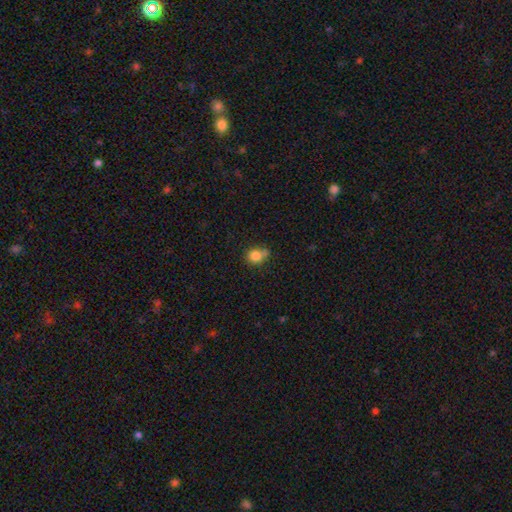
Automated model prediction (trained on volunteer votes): Smooth or featured? smooth (82%)
How rounded? round (78%)
Merging? none (54%)